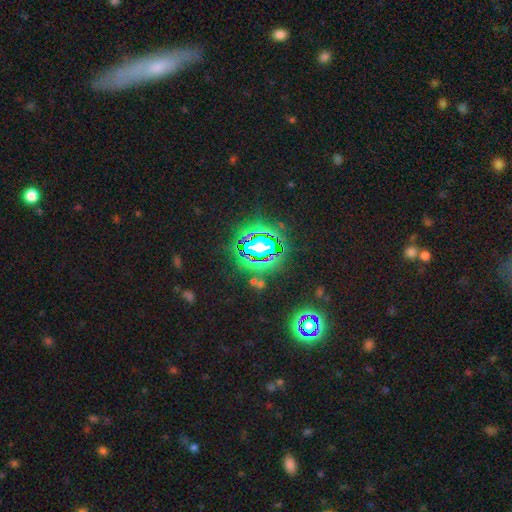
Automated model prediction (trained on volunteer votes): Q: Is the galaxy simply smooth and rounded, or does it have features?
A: star or artifact — 79%.